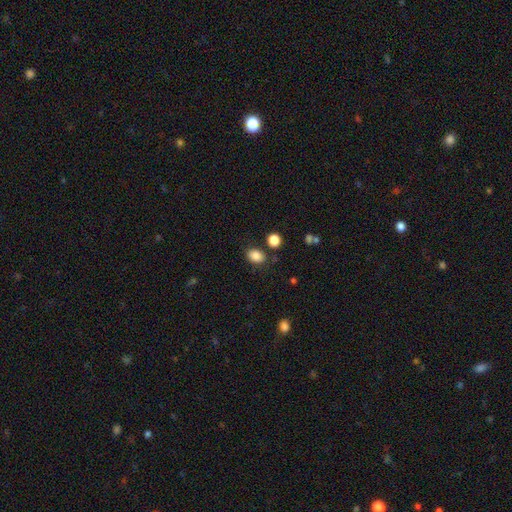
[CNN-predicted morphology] Smooth or featured: smooth — 85% (star or artifact — 10%)
How rounded: in between — 71% (round — 28%)
Merging: none — 79% (minor disturbance — 12%)